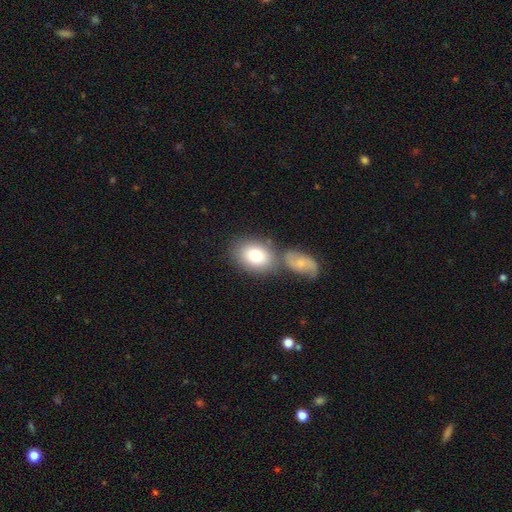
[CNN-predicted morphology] A smooth galaxy with no disk features (79%) that is in between round and cigar-shaped (75%). Merging: none (55%).